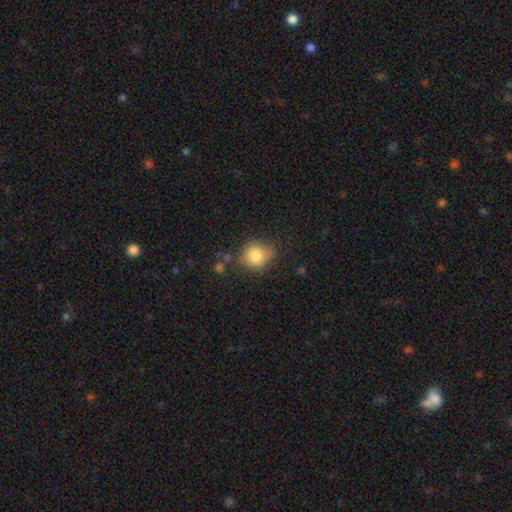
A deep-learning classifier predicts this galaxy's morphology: smooth 82%, star or artifact 9%, featured or disk 8%. Down the decision tree: how rounded — round (70%); merging — none (66%).